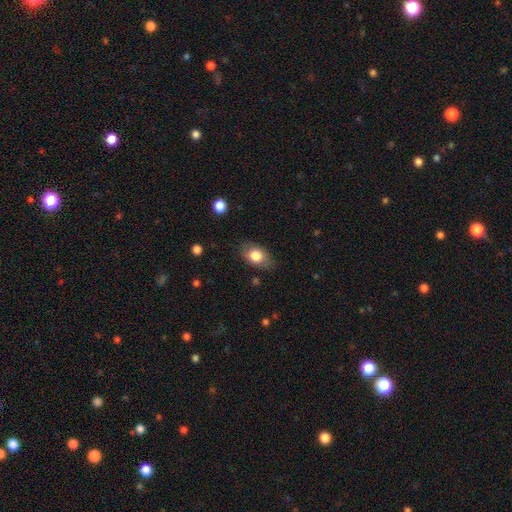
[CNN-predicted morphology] The model was most divided on "merging": none: 77%, minor disturbance: 17%, major disturbance: 5%, merger: 1%. More confident: how rounded — in between (81%); smooth or featured — smooth (79%).